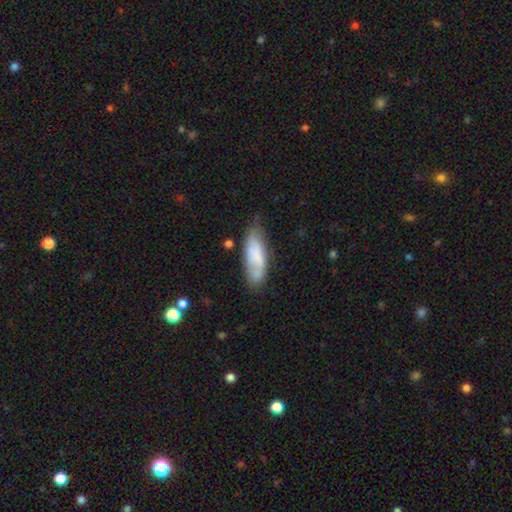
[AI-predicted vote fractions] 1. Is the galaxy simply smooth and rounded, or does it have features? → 67% smooth, 26% featured or disk, 7% star or artifact.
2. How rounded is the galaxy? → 64% in between, 34% cigar-shaped, 2% round.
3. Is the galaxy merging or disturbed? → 58% none, 29% minor disturbance, 9% major disturbance, 5% merger.